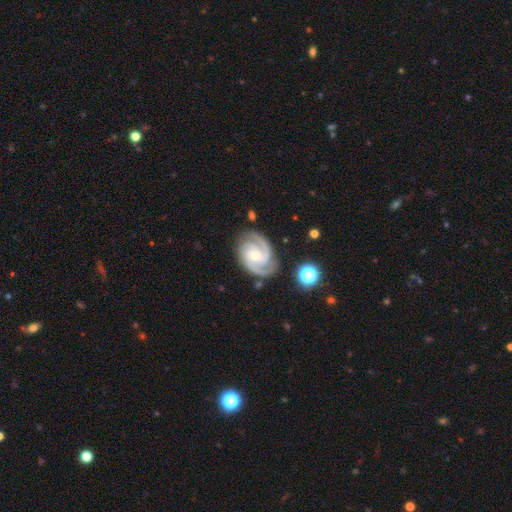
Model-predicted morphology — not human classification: smooth-or-featured: featured or disk: 92% | star or artifact: 4% | smooth: 4%
  disk-edge-on: no: 98% | yes: 2%
    bar: no: 53% | weak: 36% | strong: 11%
    has-spiral-arms: yes: 99% | no: 1%
      spiral-winding: tight: 55% | medium: 41% | loose: 4%
      spiral-arm-count: 2: 48% | 3: 40% | can't tell: 4% | 4: 3% | 1: 2% | more than 4: 2%
    bulge-size: small: 52% | moderate: 45% | large: 1% | none: 1% | dominant: 1%
  merging: none: 80% | minor disturbance: 15% | major disturbance: 4% | merger: 2%